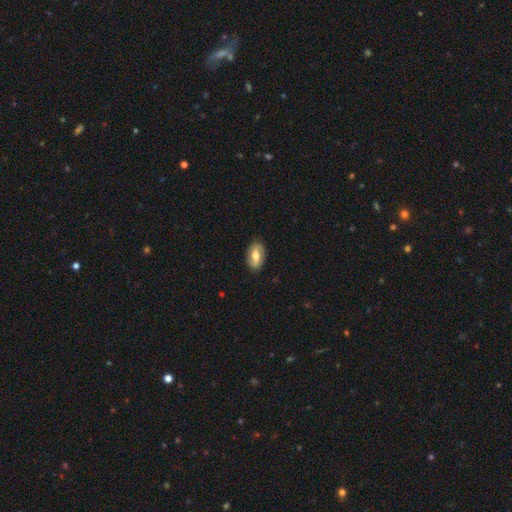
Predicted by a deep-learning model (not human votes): Smooth or featured?
  - featured or disk: 49% *
  - smooth: 45%
  - star or artifact: 7%
Merging?
  - none: 86% *
  - minor disturbance: 11%
  - major disturbance: 2%
  - merger: 1%